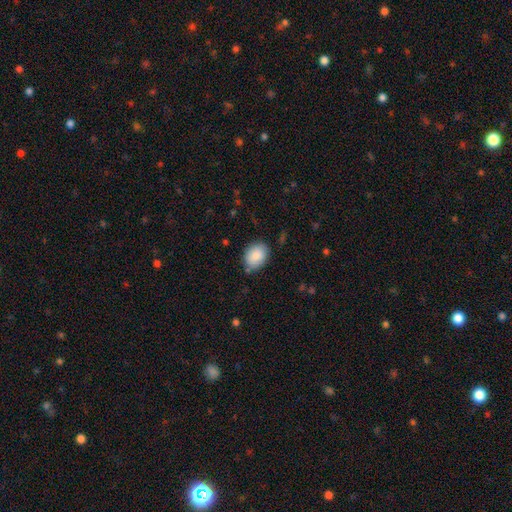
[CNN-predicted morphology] type=smooth (86%); roundness=in between (65%); merging=none (80%).